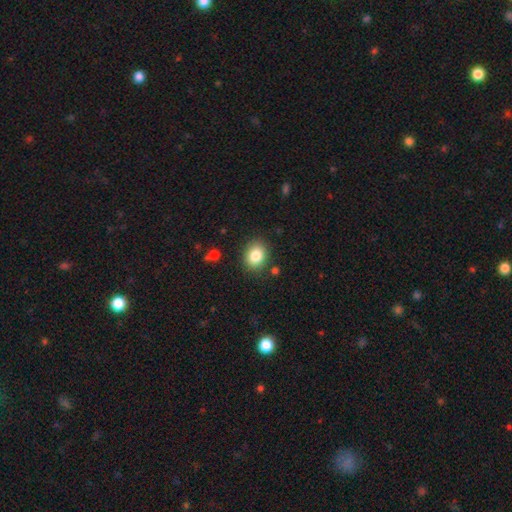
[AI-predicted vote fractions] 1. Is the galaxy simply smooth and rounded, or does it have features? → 84% smooth, 9% star or artifact, 7% featured or disk.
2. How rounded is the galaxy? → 50% in between, 49% round, 1% cigar-shaped.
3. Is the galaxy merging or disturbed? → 86% none, 10% minor disturbance, 3% major disturbance, 2% merger.